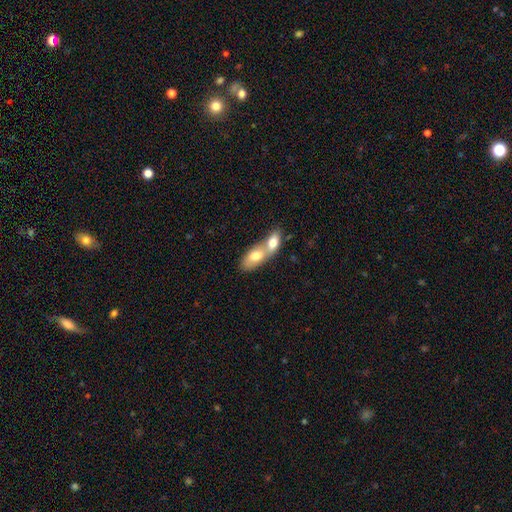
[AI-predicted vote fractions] Q: Smooth or featured?
A: smooth (71%); runner-up: featured or disk (23%)
Q: How rounded?
A: in between (86%); runner-up: round (7%)
Q: Merging?
A: merger (77%); runner-up: none (16%)